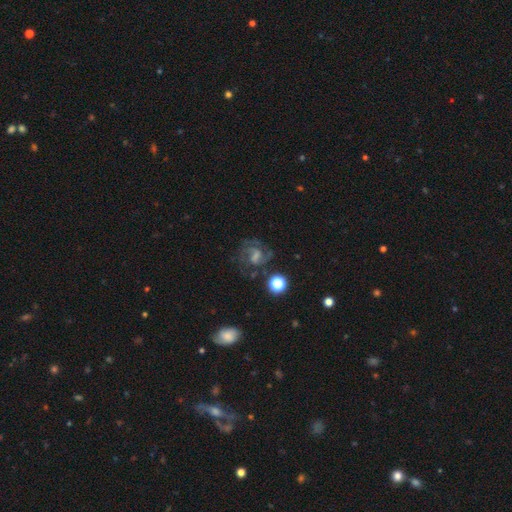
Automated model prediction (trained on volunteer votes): A featured or disk galaxy (67%) with a weak bar (48%), 2 (46%) medium (49%) spiral arms (89%) and a small central bulge (34%, tied with moderate).

Vote fractions:
- Smooth or featured? featured or disk: 67% / star or artifact: 17% / smooth: 16%
- Edge-on disk? no: 97% / yes: 3%
- Bar? weak: 48% / no: 37% / strong: 14%
- Spiral arms? yes: 89% / no: 11%
- Spiral winding? medium: 49% / tight: 37% / loose: 14%
- Spiral arm count? 2: 46% / can't tell: 25% / 3: 17% / 1: 4% / 4: 4% / more than 4: 3%
- Bulge size? small: 34% (tied) / moderate: 34% (tied) / none: 21% / large: 8% / dominant: 2%
- Merging? none: 68% / minor disturbance: 16% / major disturbance: 13% / merger: 4%